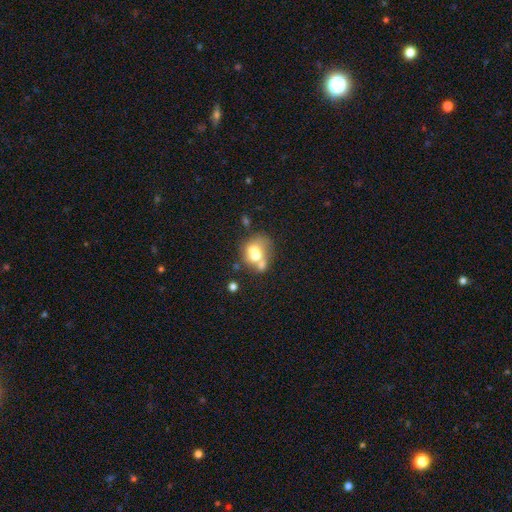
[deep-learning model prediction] Q: Smooth or featured?
A: smooth (58%); runner-up: featured or disk (32%)
Q: How rounded?
A: round (51%); runner-up: in between (48%)
Q: Merging?
A: merger (59%); runner-up: none (22%)